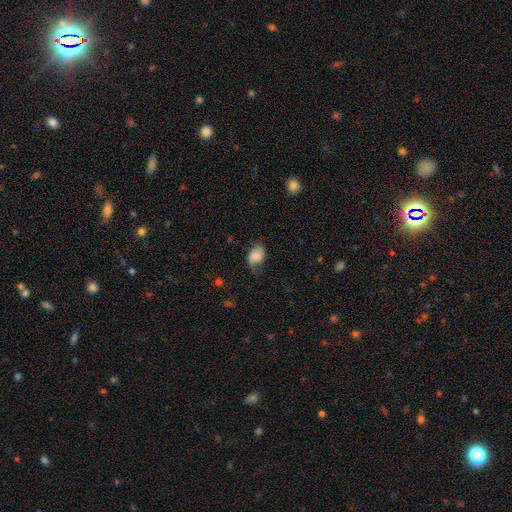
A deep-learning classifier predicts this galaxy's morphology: Q: Smooth or featured?
A: smooth (70%); runner-up: featured or disk (22%)
Q: How rounded?
A: in between (84%); runner-up: round (15%)
Q: Merging?
A: none (54%); runner-up: minor disturbance (32%)